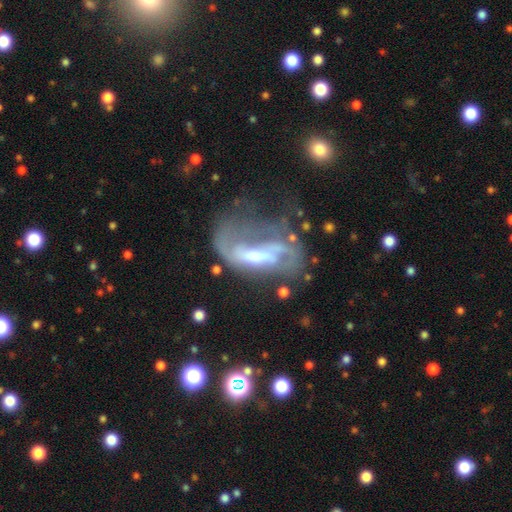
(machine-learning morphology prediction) Smooth or featured?
  - featured or disk: 78% *
  - smooth: 14%
  - star or artifact: 8%
Edge-on disk?
  - no: 92% *
  - yes: 8%
Bar?
  - weak: 37% *
  - strong: 34%
  - no: 29%
Spiral arms?
  - yes: 77% *
  - no: 23%
Spiral winding?
  - loose: 47% *
  - medium: 37%
  - tight: 17%
Spiral arm count?
  - 2: 51% *
  - can't tell: 20%
  - 1: 20%
  - 3: 5%
  - 4: 2%
  - more than 4: 2%
Bulge size?
  - moderate: 45% *
  - small: 40%
  - large: 7%
  - none: 6%
  - dominant: 2%
Merging?
  - major disturbance: 47% *
  - none: 27%
  - minor disturbance: 16%
  - merger: 10%